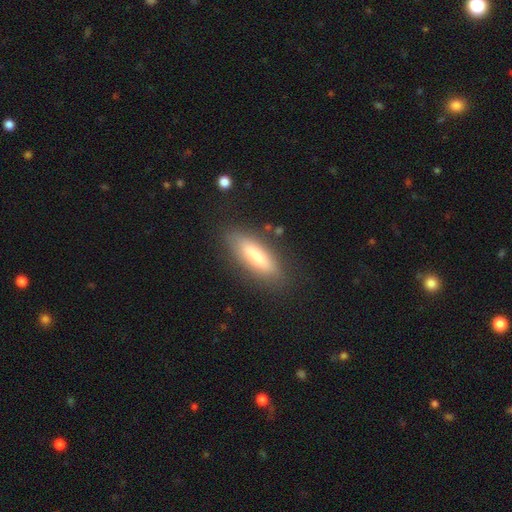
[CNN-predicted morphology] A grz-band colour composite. It shows a smooth galaxy with no disk features (73%) that is in between round and cigar-shaped (50%). Merging: none (84%).